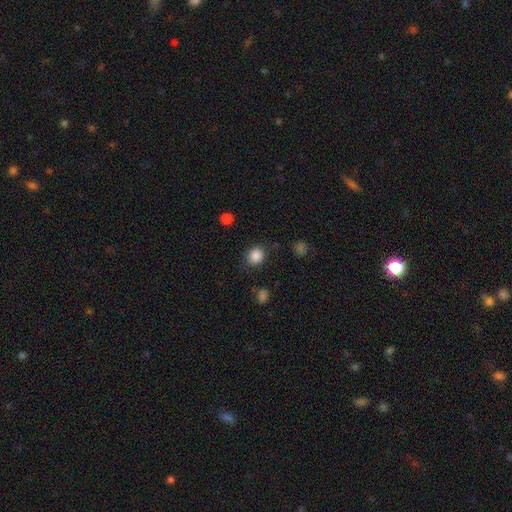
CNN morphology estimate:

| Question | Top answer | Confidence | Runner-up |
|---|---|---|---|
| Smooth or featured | smooth | 87% | star or artifact (10%) |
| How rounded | round | 72% | in between (27%) |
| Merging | none | 84% | minor disturbance (11%) |